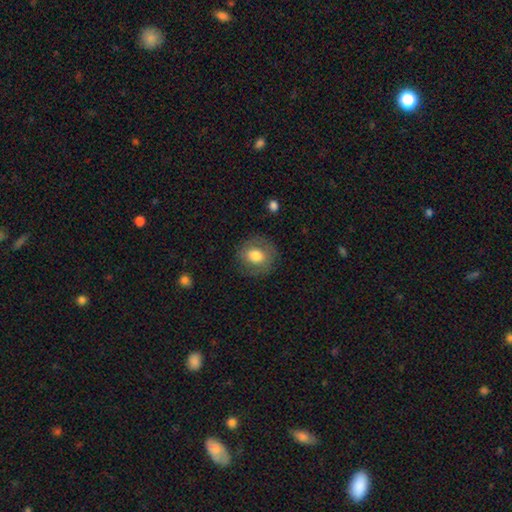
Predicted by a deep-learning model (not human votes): Overall: smooth (71%). How rounded: round (76%). Merging: none (80%).